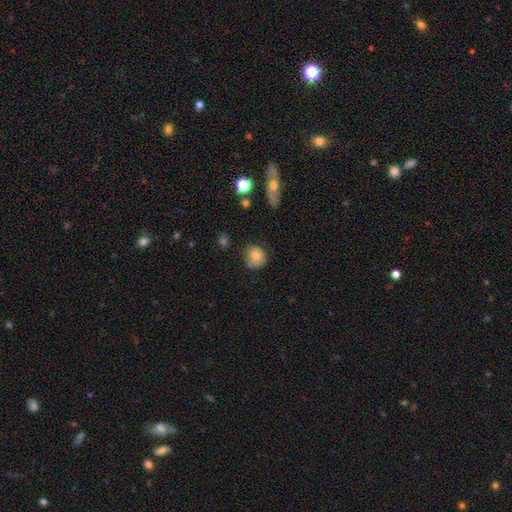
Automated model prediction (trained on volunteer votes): Smooth or featured? Predicted: smooth (p=0.73). How rounded? Predicted: round (p=0.83). Merging? Predicted: none (p=0.69).